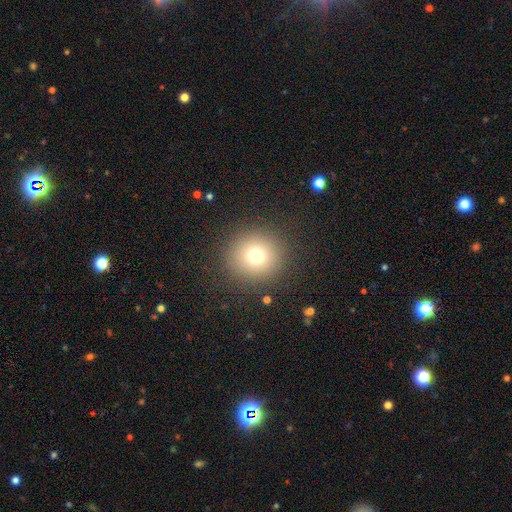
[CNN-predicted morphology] Smooth or featured?
  - smooth: 73% *
  - star or artifact: 17%
  - featured or disk: 10%
How rounded?
  - round: 94% *
  - in between: 5%
  - cigar-shaped: 1%
Merging?
  - none: 89% *
  - minor disturbance: 6%
  - major disturbance: 4%
  - merger: 1%